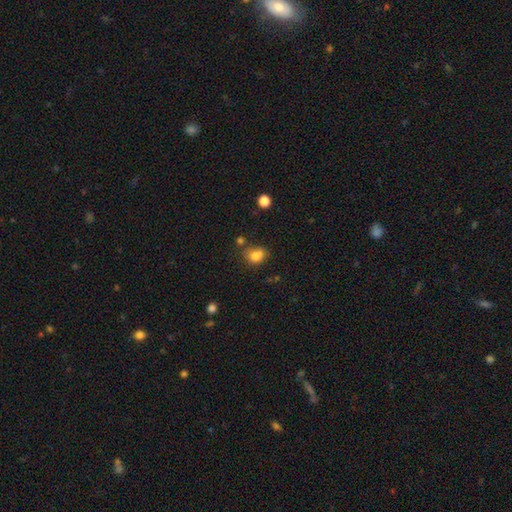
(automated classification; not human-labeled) This appears to be a smooth galaxy with no disk features (80%) that is round (50%). Merging: none (55%).